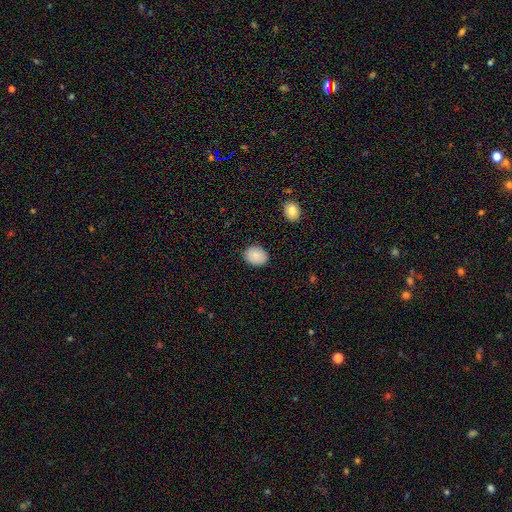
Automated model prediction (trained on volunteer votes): Smooth or featured? Predicted: smooth (p=0.87). How rounded? Predicted: in between (p=0.60). Merging? Predicted: none (p=0.86).